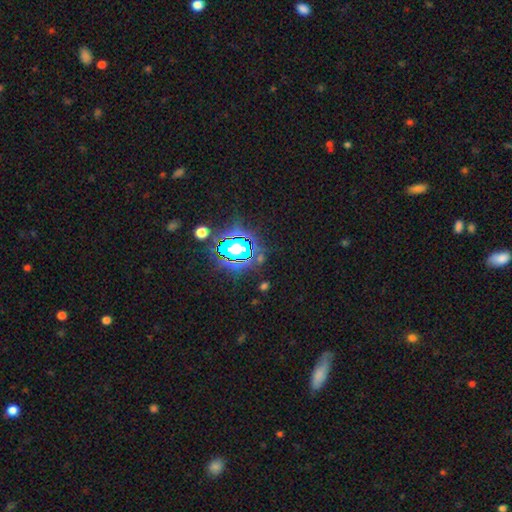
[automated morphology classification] Smooth or featured: star or artifact — 76% (smooth — 14%)